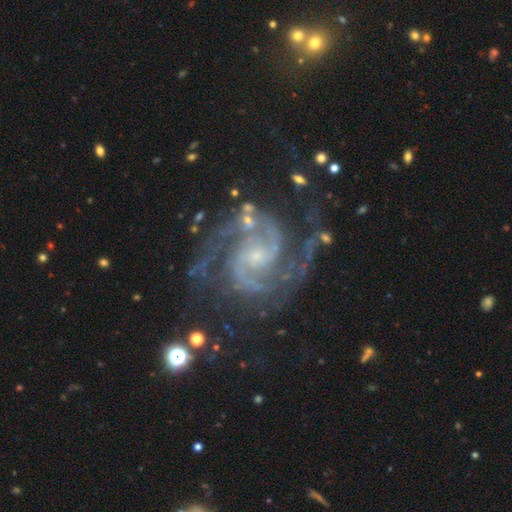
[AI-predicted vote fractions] A featured or disk galaxy (93%) with no bar (55%), 2 (84%) medium (52%) spiral arms (99%) and a small central bulge (73%).

Vote fractions:
- Smooth or featured? featured or disk: 93% / star or artifact: 5% / smooth: 2%
- Edge-on disk? no: 98% / yes: 2%
- Bar? no: 55% / weak: 34% / strong: 11%
- Spiral arms? yes: 99% / no: 1%
- Spiral winding? medium: 52% / tight: 41% / loose: 7%
- Spiral arm count? 2: 84% / 3: 6% / can't tell: 3% / 4: 2% / 1: 2% / more than 4: 2%
- Bulge size? small: 73% / moderate: 18% / none: 7% / large: 1% / dominant: 1%
- Merging? none: 69% / minor disturbance: 18% / major disturbance: 9% / merger: 3%